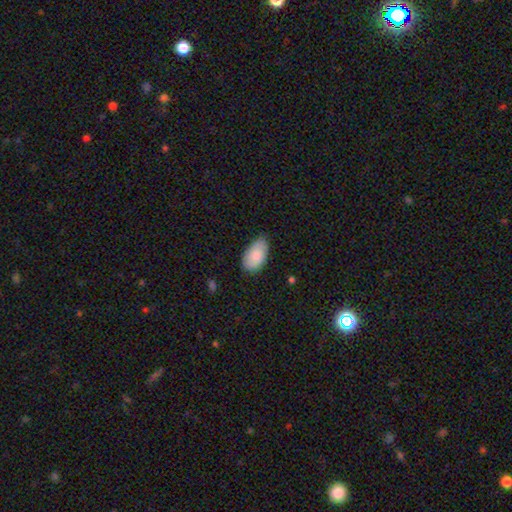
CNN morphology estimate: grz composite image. It shows a smooth galaxy with no disk features (81%) that is in between round and cigar-shaped (94%). Merging: none (72%).